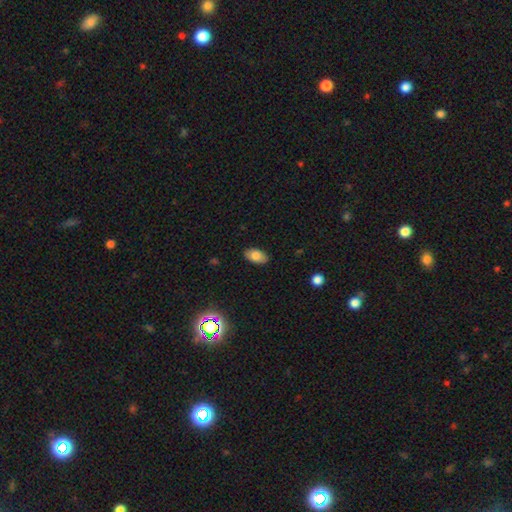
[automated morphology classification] smooth 80%, featured or disk 11%, star or artifact 9%. Down the decision tree: how rounded — in between (93%); merging — none (87%).